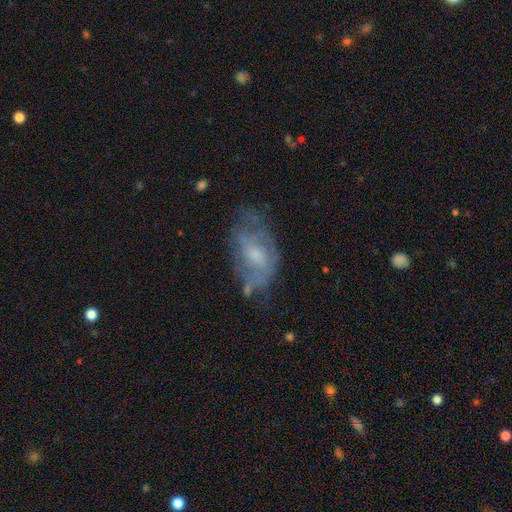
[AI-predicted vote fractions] This appears to be a featured or disk galaxy (58%) with no bar (58%), spiral arms (55%) and a moderate central bulge (45%). Merging: none (49%).